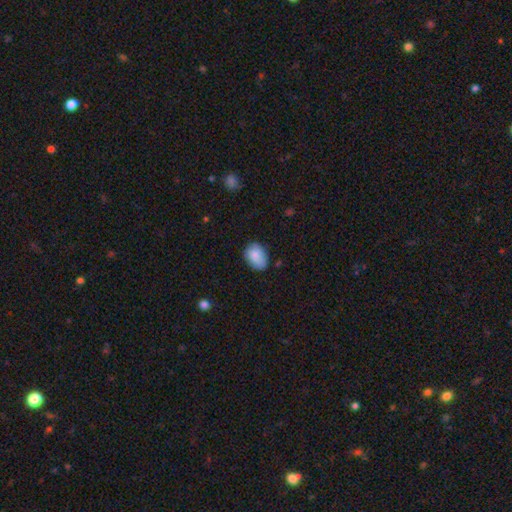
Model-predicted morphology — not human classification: smooth-or-featured: smooth: 85% | featured or disk: 8% | star or artifact: 7%
  how-rounded: in between: 78% | round: 21% | cigar-shaped: 1%
  merging: none: 71% | minor disturbance: 23% | major disturbance: 4% | merger: 2%